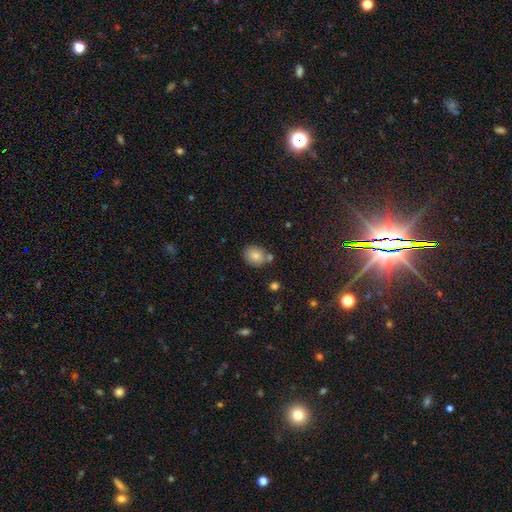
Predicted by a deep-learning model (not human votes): Smooth or featured: smooth — 81% (star or artifact — 10%)
How rounded: round — 55% (in between — 44%)
Merging: none — 70% (merger — 14%)